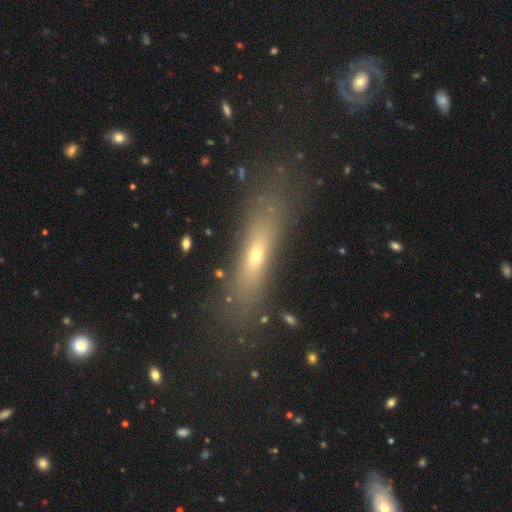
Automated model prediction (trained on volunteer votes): A smooth galaxy with no disk features (52%) that is cigar-shaped (72%). Merging: none (78%).